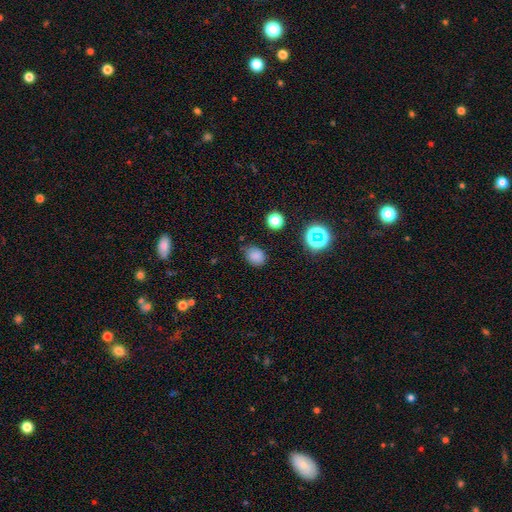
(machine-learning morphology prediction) smooth-or-featured: smooth: 79% | star or artifact: 16% | featured or disk: 6%
  how-rounded: in between: 52% | round: 47% | cigar-shaped: 1%
  merging: none: 72% | minor disturbance: 21% | major disturbance: 5% | merger: 2%